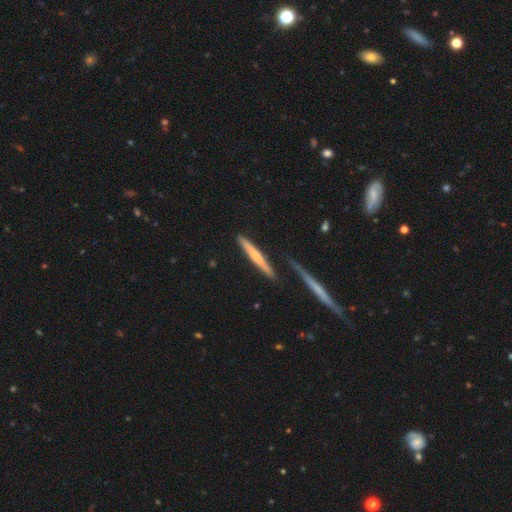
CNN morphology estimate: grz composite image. It shows a smooth galaxy with no disk features (55%) that is cigar-shaped (94%). Merging: none (74%).